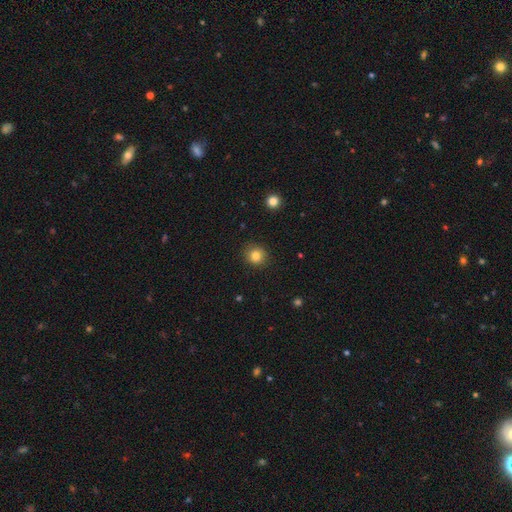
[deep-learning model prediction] A smooth galaxy with no disk features (83%) that is round (88%). Merging: none (90%).